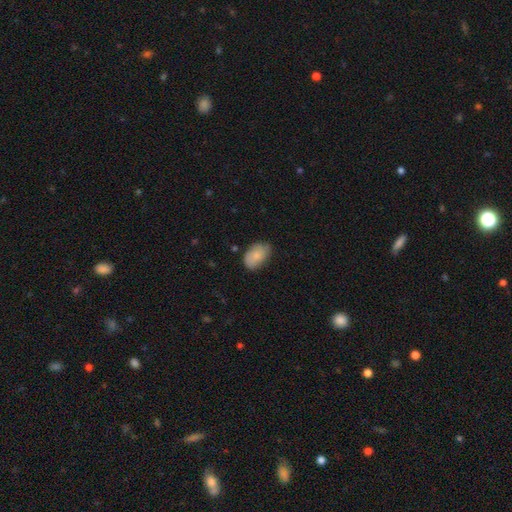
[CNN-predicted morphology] Smooth or featured? smooth (80%)
How rounded? in between (87%)
Merging? none (67%)